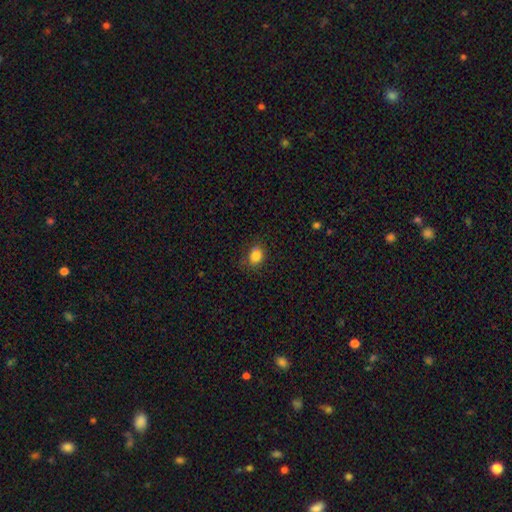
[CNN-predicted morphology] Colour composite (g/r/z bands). It shows a smooth galaxy with no disk features (83%) that is round (53%). Merging: none (77%).